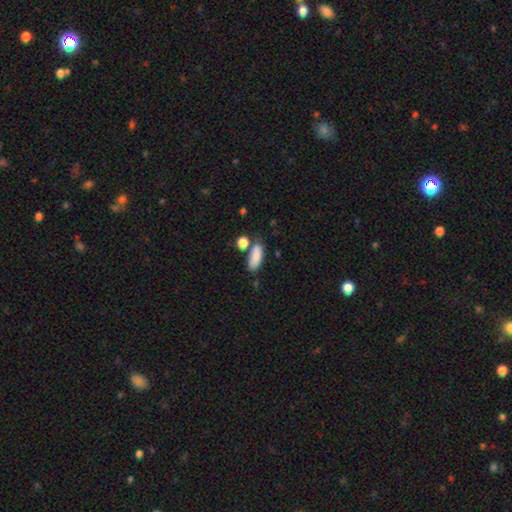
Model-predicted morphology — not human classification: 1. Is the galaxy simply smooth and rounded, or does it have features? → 85% smooth, 8% star or artifact, 7% featured or disk.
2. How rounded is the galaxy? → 78% in between, 18% cigar-shaped, 4% round.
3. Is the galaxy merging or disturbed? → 59% none, 18% minor disturbance, 17% merger, 6% major disturbance.